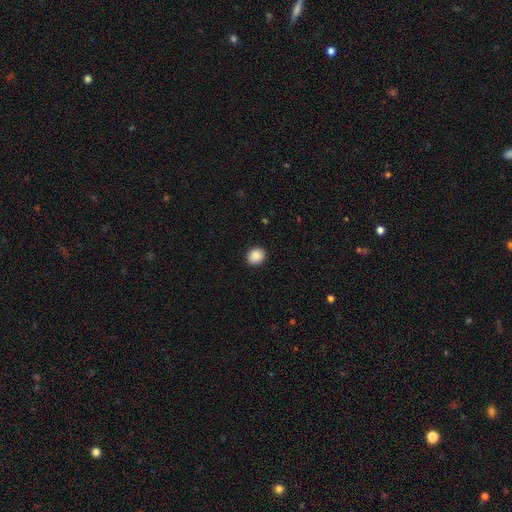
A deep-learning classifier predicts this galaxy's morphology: The model was most divided on "how rounded": round: 73%, in between: 26%, cigar-shaped: 1%. More confident: merging — none (91%); smooth or featured — smooth (89%).